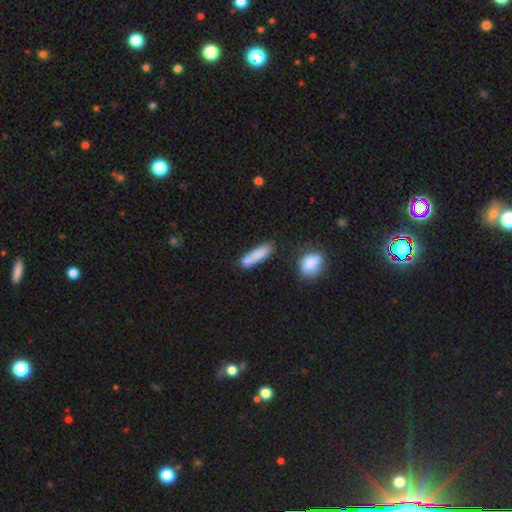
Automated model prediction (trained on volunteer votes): Q: Smooth or featured?
A: smooth (78%); runner-up: featured or disk (15%)
Q: How rounded?
A: cigar-shaped (68%); runner-up: in between (29%)
Q: Merging?
A: none (51%); runner-up: merger (24%)